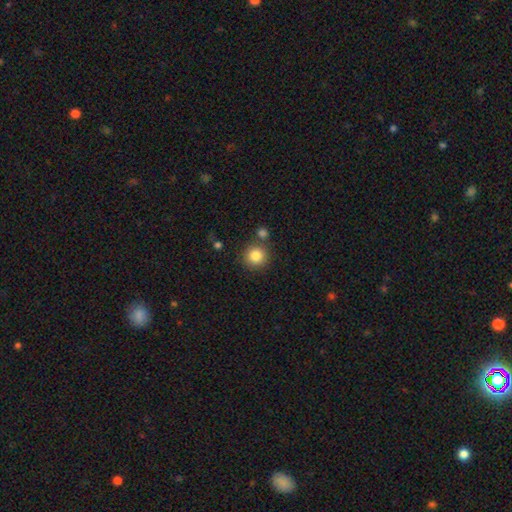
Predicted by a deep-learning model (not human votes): Smooth or featured: smooth — 84% (star or artifact — 10%)
How rounded: round — 93% (in between — 6%)
Merging: none — 78% (merger — 11%)